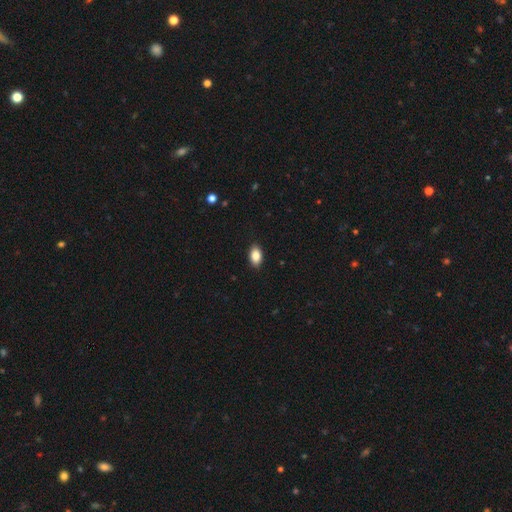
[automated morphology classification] Smooth or featured? Predicted: smooth (p=0.86). How rounded? Predicted: in between (p=0.91). Merging? Predicted: none (p=0.89).